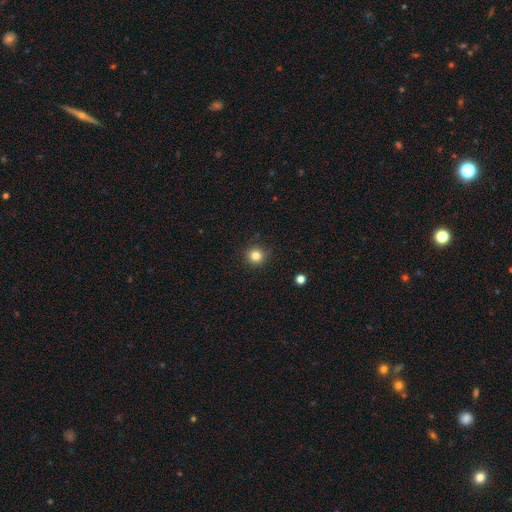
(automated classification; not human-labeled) Smooth or featured? smooth (82%)
How rounded? round (94%)
Merging? none (90%)